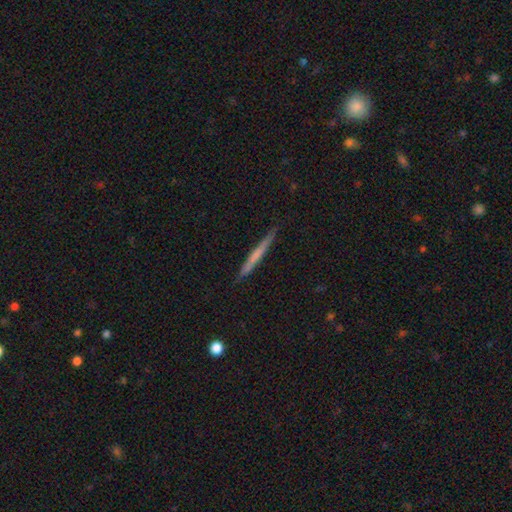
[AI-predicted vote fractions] This appears to be a smooth galaxy with no disk features (52%) that is cigar-shaped (96%). Merging: none (89%).